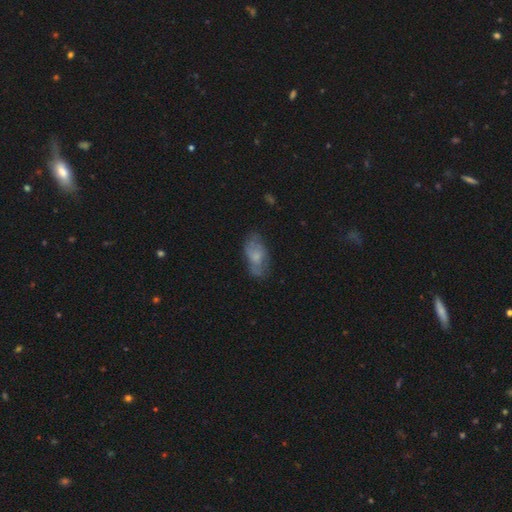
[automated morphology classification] Overall: smooth (57%; featured or disk 34%). How rounded: in between (89%). Merging: none (58%; minor disturbance 28%).